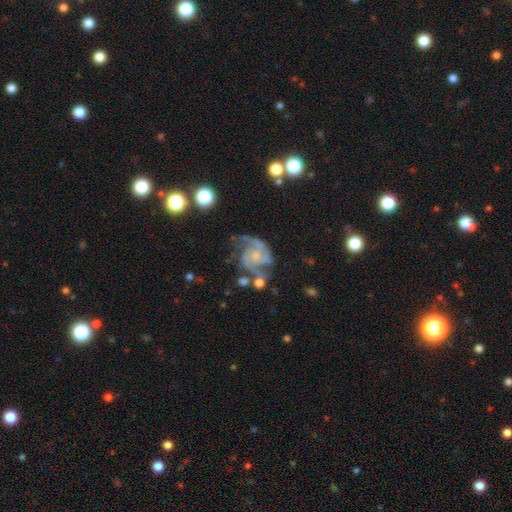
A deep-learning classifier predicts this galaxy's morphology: smooth-or-featured: featured or disk: 89% | smooth: 6% | star or artifact: 5%
  disk-edge-on: no: 98% | yes: 2%
    bar: no: 63% | weak: 30% | strong: 6%
    has-spiral-arms: yes: 97% | no: 3%
      spiral-winding: medium: 52% | tight: 33% | loose: 15%
      spiral-arm-count: 2: 59% | 3: 24% | can't tell: 7% | 4: 4% | 1: 4% | more than 4: 3%
    bulge-size: small: 49% | moderate: 28% | none: 18% | large: 3% | dominant: 1%
  merging: none: 53% | minor disturbance: 23% | major disturbance: 16% | merger: 9%